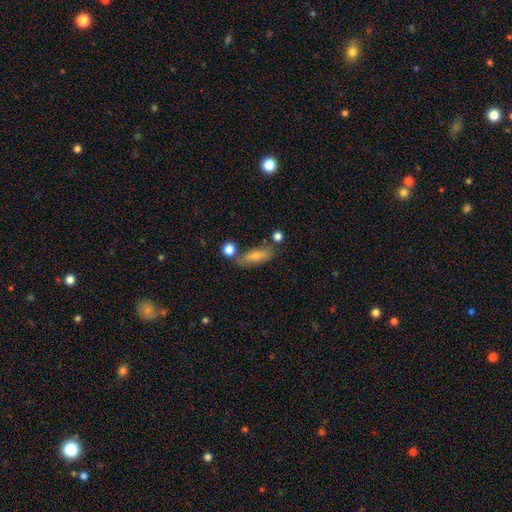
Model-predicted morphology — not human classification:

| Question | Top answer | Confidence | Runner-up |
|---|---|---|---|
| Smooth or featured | smooth | 59% | featured or disk (31%) |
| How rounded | in between | 55% | cigar-shaped (39%) |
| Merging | none | 68% | minor disturbance (17%) |